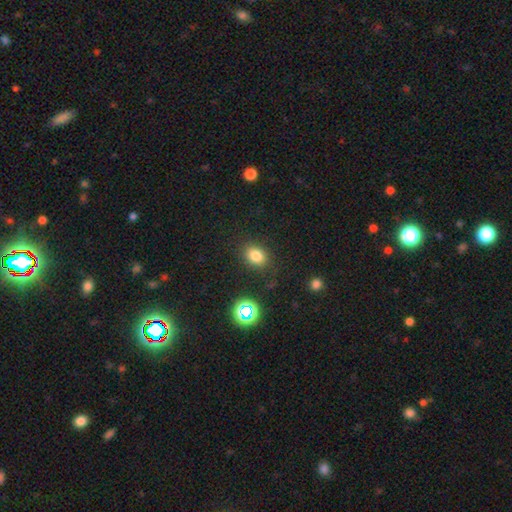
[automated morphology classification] smooth-or-featured: smooth: 77% | star or artifact: 16% | featured or disk: 7%
  how-rounded: in between: 58% | round: 41% | cigar-shaped: 1%
  merging: none: 83% | minor disturbance: 11% | major disturbance: 4% | merger: 2%